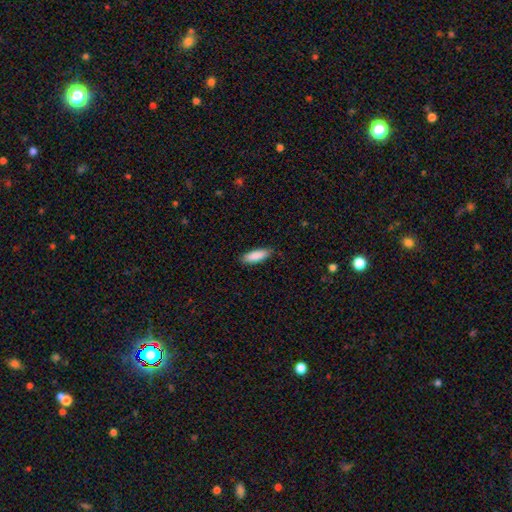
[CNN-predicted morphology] Smooth or featured: smooth — 89% (star or artifact — 6%)
How rounded: in between — 57% (cigar-shaped — 41%)
Merging: none — 85% (minor disturbance — 12%)